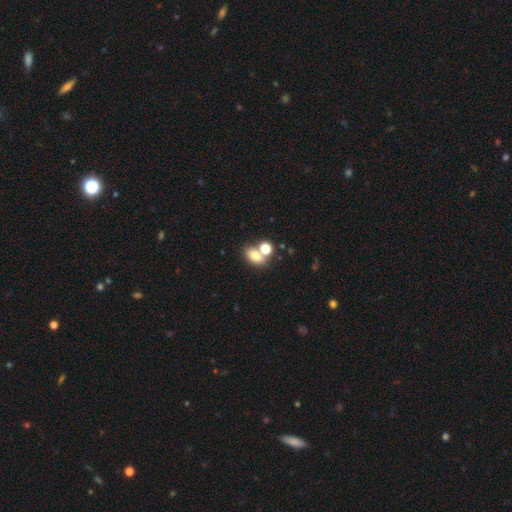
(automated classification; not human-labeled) The model was most divided on "merging": merger: 43%, none: 42%, minor disturbance: 10%, major disturbance: 5%. More confident: smooth or featured — smooth (76%); how rounded — in between (75%).